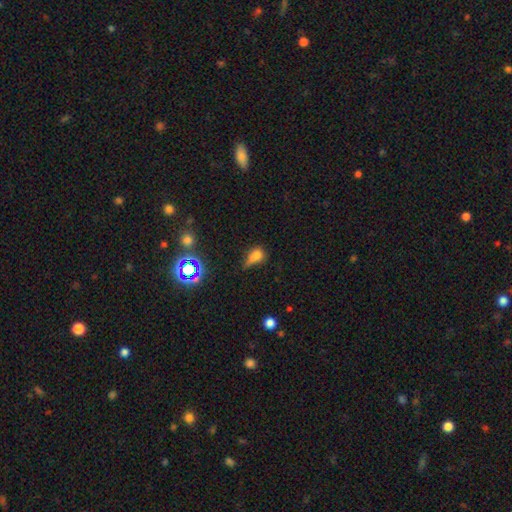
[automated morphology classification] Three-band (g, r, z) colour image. It shows a smooth galaxy with no disk features (66%) that is in between round and cigar-shaped (62%). Merging: minor disturbance (36%).